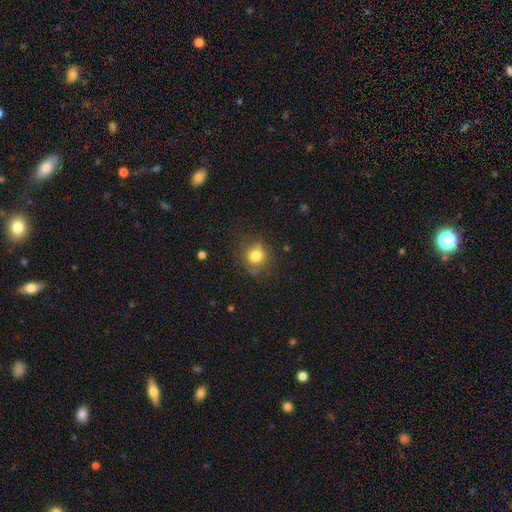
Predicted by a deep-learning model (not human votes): This is likely a smooth galaxy (79%). How rounded: clearly round (86%). Merging: likely none (74%).